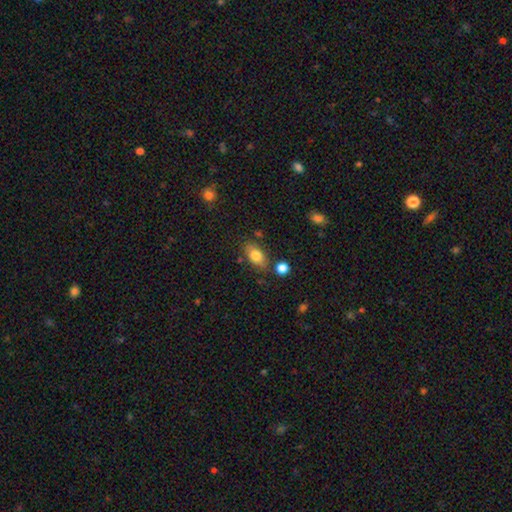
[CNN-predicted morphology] smooth 79%, featured or disk 13%, star or artifact 8%. Down the decision tree: how rounded — in between (86%); merging — none (76%).